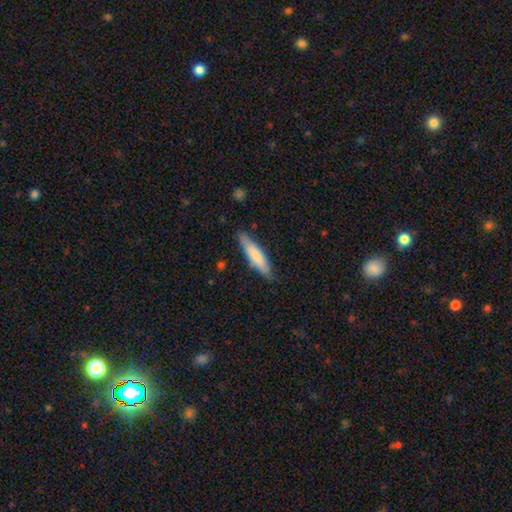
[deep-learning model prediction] Morphology: type=smooth (73%); roundness=cigar-shaped (80%); merging=none (82%).